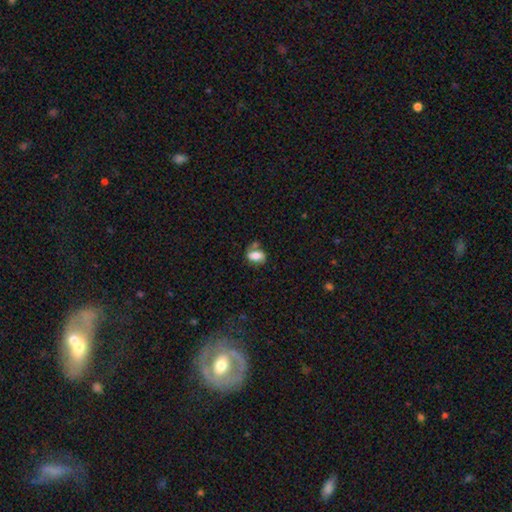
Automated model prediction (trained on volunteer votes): Smooth or featured?
  - smooth: 74% *
  - featured or disk: 18%
  - star or artifact: 9%
How rounded?
  - in between: 84% *
  - round: 12%
  - cigar-shaped: 4%
Merging?
  - none: 53% *
  - merger: 21%
  - minor disturbance: 20%
  - major disturbance: 7%